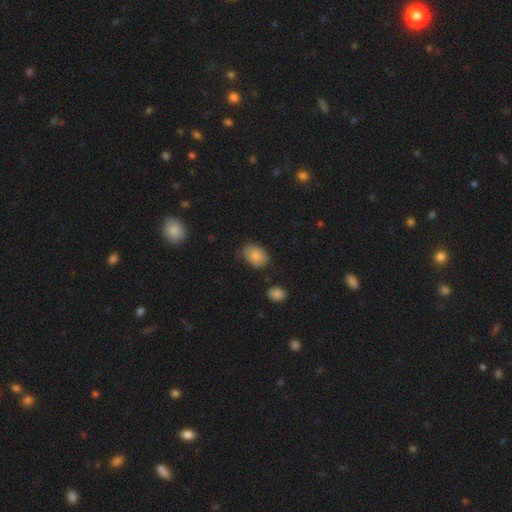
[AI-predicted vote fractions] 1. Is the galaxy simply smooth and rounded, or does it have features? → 83% smooth, 9% featured or disk, 8% star or artifact.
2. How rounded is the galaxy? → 75% in between, 24% round, 1% cigar-shaped.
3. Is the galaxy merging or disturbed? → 66% none, 26% minor disturbance, 6% major disturbance, 3% merger.